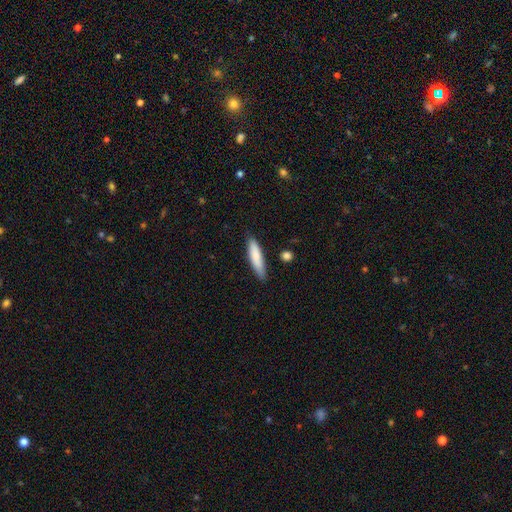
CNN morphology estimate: Q: Smooth or featured?
A: smooth (82%); runner-up: featured or disk (12%)
Q: How rounded?
A: cigar-shaped (77%); runner-up: in between (22%)
Q: Merging?
A: none (83%); runner-up: minor disturbance (13%)